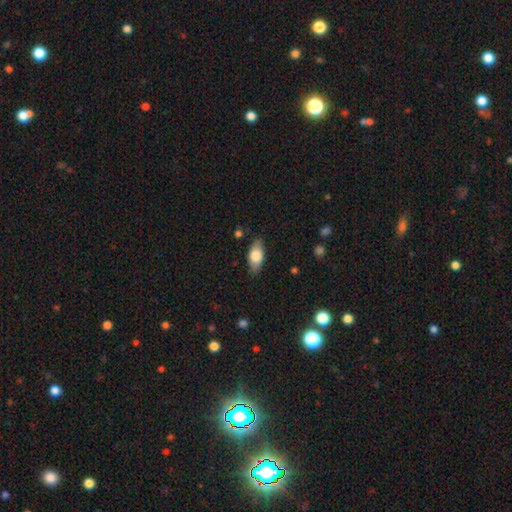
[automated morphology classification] Smooth or featured? Predicted: smooth (p=0.77). How rounded? Predicted: in between (p=0.89). Merging? Predicted: none (p=0.82).